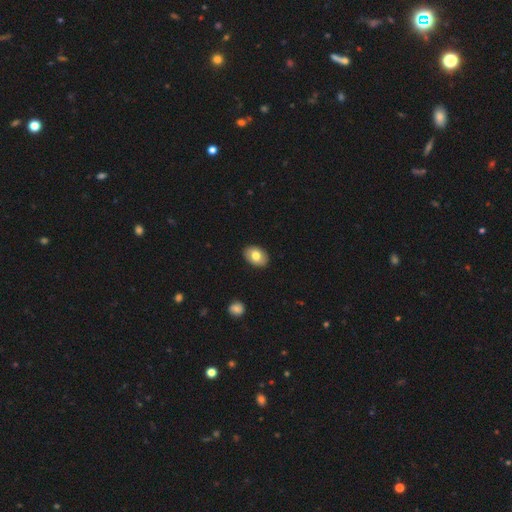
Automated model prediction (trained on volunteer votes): Smooth or featured: smooth — 77% (featured or disk — 16%)
How rounded: in between — 84% (round — 15%)
Merging: none — 90% (minor disturbance — 8%)